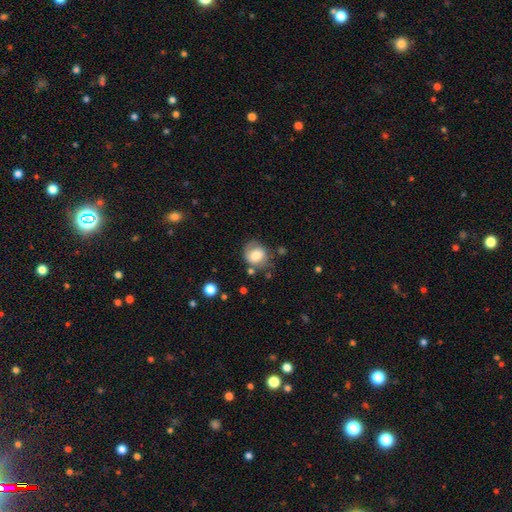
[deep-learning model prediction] smooth 71%, featured or disk 20%, star or artifact 9%. Down the decision tree: how rounded — round (67%); merging — none (61%).